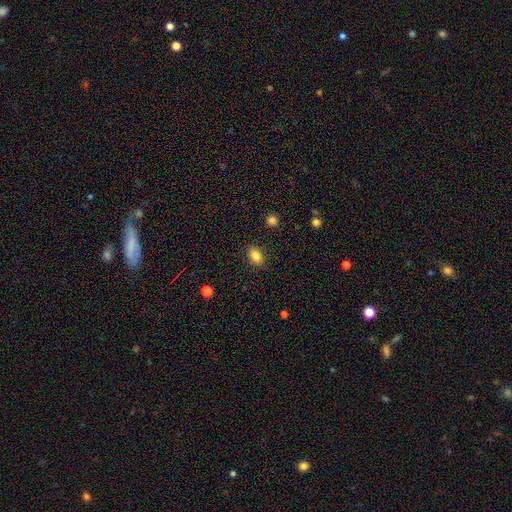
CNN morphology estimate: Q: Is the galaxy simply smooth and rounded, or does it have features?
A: smooth — 85%.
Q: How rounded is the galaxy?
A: in between — 76%.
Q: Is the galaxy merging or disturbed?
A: none — 88%.